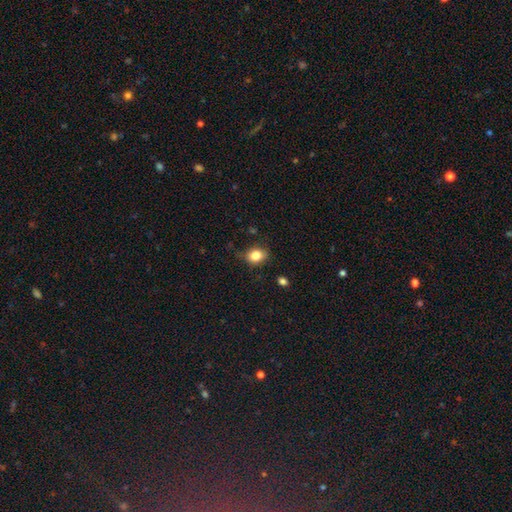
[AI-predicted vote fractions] Overall: smooth (82%). How rounded: in between (50%; round 49%). Merging: none (74%).